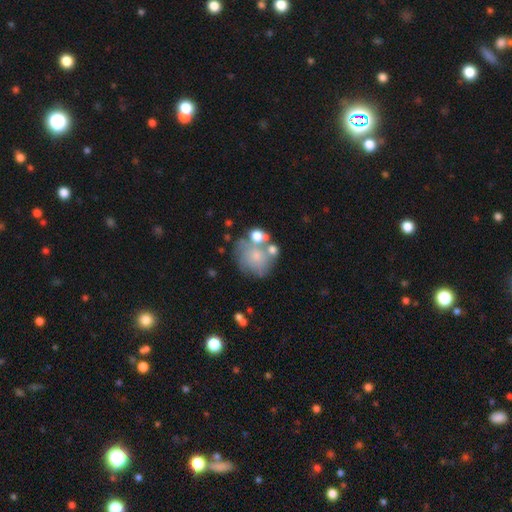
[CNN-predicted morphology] This appears to be a smooth galaxy with no disk features (53%) that is round (79%). Merging: none (45%).